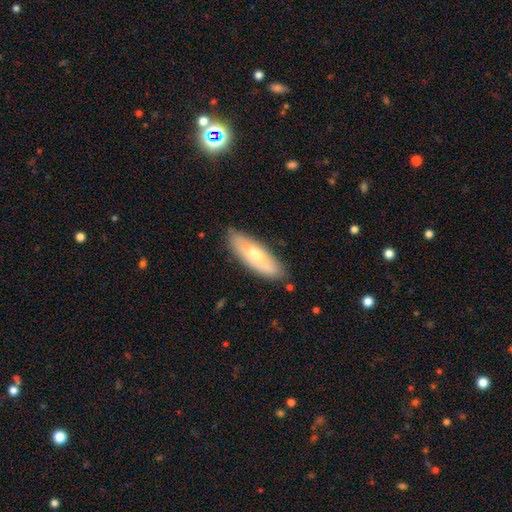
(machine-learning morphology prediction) A smooth galaxy with no disk features (66%) that is in between round and cigar-shaped (53%). Merging: none (81%).